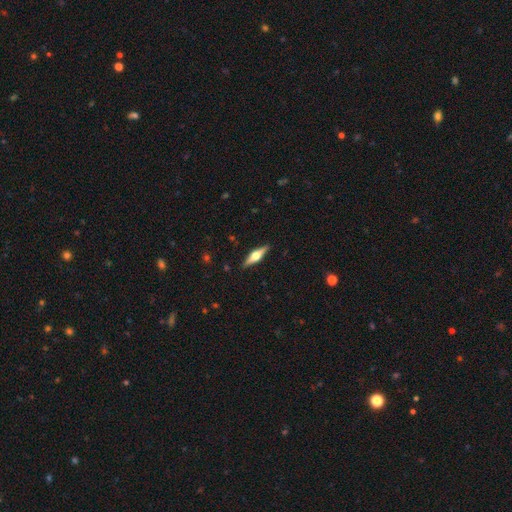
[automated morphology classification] This appears to be a featured or disk galaxy (69%) viewed edge-on (97%) with a rounded central bulge (94%). Merging: none (90%).